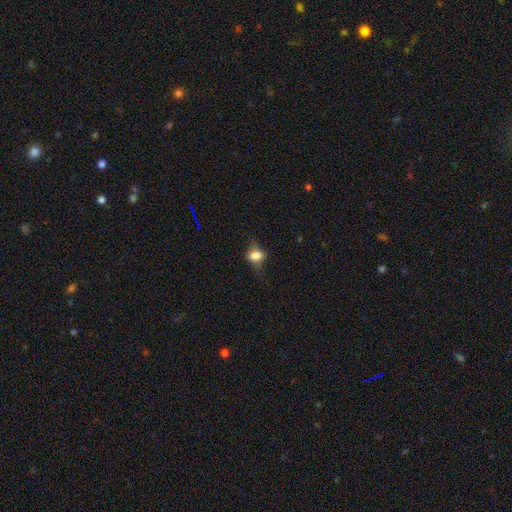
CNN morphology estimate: Q: Smooth or featured?
A: smooth (63%); runner-up: featured or disk (25%)
Q: How rounded?
A: in between (66%); runner-up: round (28%)
Q: Merging?
A: none (55%); runner-up: minor disturbance (27%)